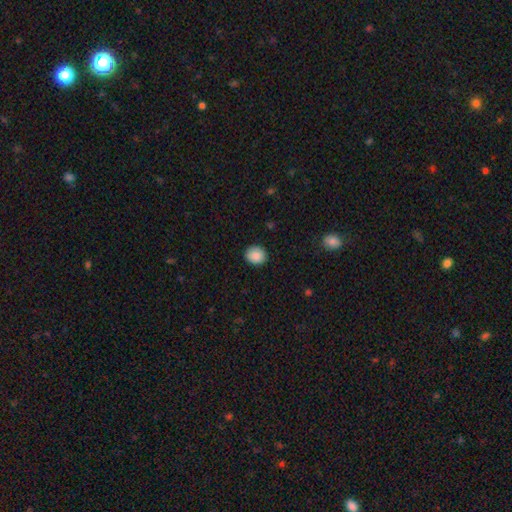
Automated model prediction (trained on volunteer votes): smooth_or_featured: smooth (p=0.89) [alt: star or artifact p=0.08]
how_rounded: round (p=0.74) [alt: in between p=0.25]
merging: none (p=0.89) [alt: minor disturbance p=0.08]